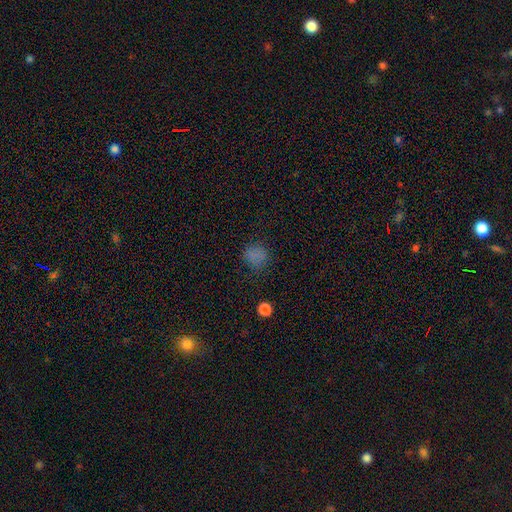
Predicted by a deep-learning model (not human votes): A smooth galaxy with no disk features (74%) that is round (86%).

Vote fractions:
- Smooth or featured? smooth: 74% / star or artifact: 21% / featured or disk: 5%
- How rounded? round: 86% / in between: 13% / cigar-shaped: 1%
- Merging? none: 77% / minor disturbance: 15% / major disturbance: 6% / merger: 2%